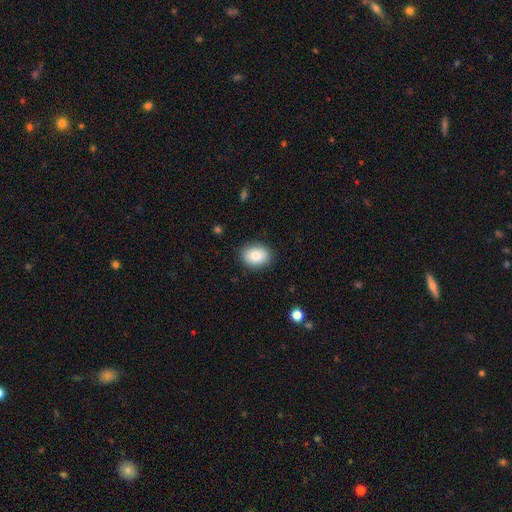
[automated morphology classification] Q: Smooth or featured?
A: smooth (84%); runner-up: featured or disk (8%)
Q: How rounded?
A: in between (59%); runner-up: round (40%)
Q: Merging?
A: none (88%); runner-up: minor disturbance (9%)